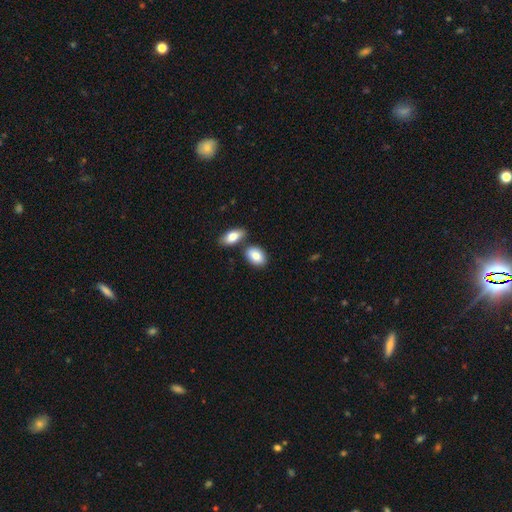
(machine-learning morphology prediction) Q: Smooth or featured?
A: smooth (84%); runner-up: featured or disk (9%)
Q: How rounded?
A: in between (86%); runner-up: round (12%)
Q: Merging?
A: none (68%); runner-up: merger (18%)